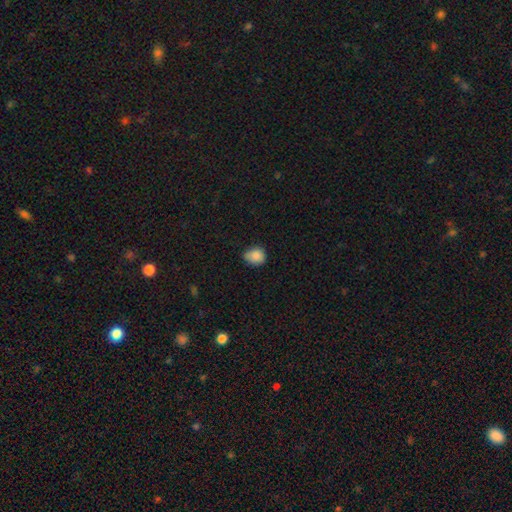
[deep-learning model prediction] Smooth or featured? Predicted: smooth (p=0.86). How rounded? Predicted: round (p=0.59). Merging? Predicted: none (p=0.58).